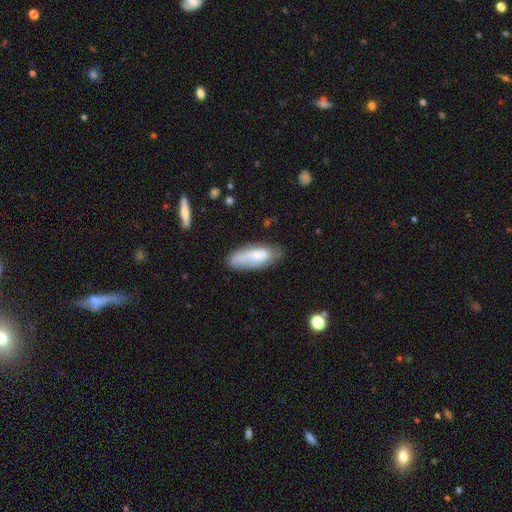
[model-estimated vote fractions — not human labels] smooth-or-featured: smooth: 65% | featured or disk: 28% | star or artifact: 7%
  how-rounded: in between: 70% | cigar-shaped: 29% | round: 2%
  merging: none: 64% | minor disturbance: 25% | major disturbance: 8% | merger: 3%